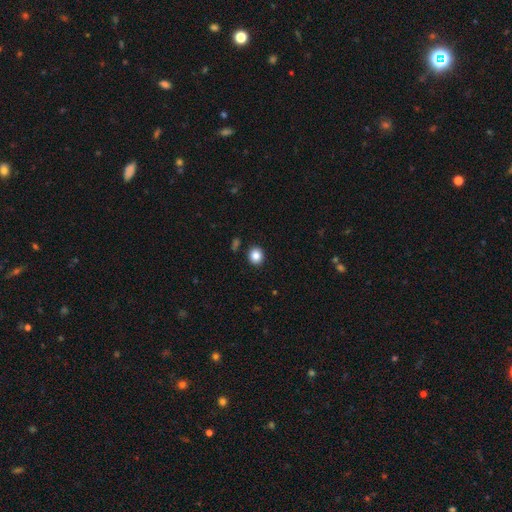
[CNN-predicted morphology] This appears to be a smooth galaxy with no disk features (85%) that is round (80%). Merging: none (90%).